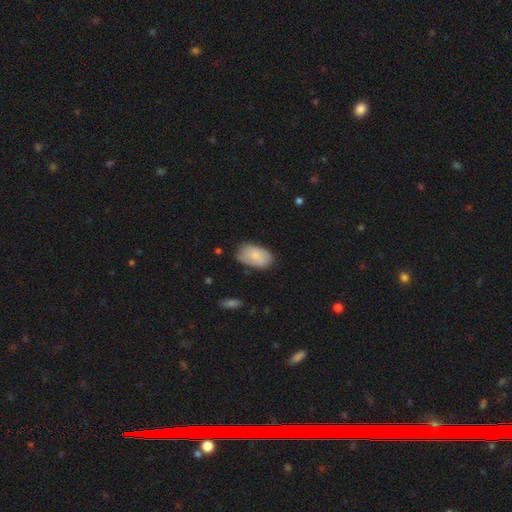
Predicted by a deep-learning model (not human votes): A smooth galaxy with no disk features (75%) that is in between round and cigar-shaped (93%).

Vote fractions:
- Smooth or featured? smooth: 75% / featured or disk: 18% / star or artifact: 6%
- How rounded? in between: 93% / round: 5% / cigar-shaped: 1%
- Merging? none: 75% / minor disturbance: 20% / major disturbance: 4% / merger: 2%